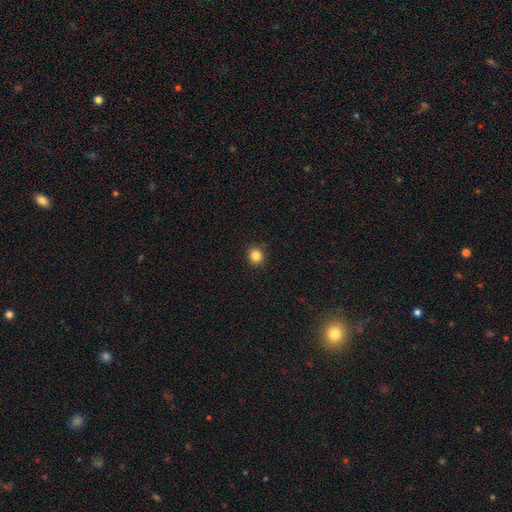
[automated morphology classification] This is clearly a smooth galaxy (84%). How rounded: clearly round (85%). Merging: clearly none (91%).